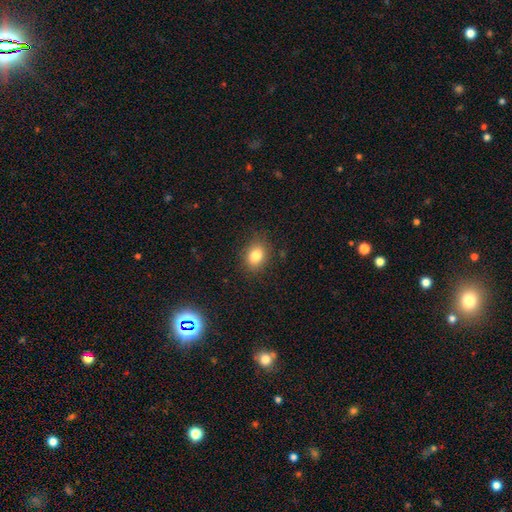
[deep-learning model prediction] Smooth or featured?
  - smooth: 81% *
  - star or artifact: 11%
  - featured or disk: 8%
How rounded?
  - in between: 56% *
  - round: 43%
  - cigar-shaped: 1%
Merging?
  - none: 85% *
  - minor disturbance: 11%
  - major disturbance: 3%
  - merger: 1%